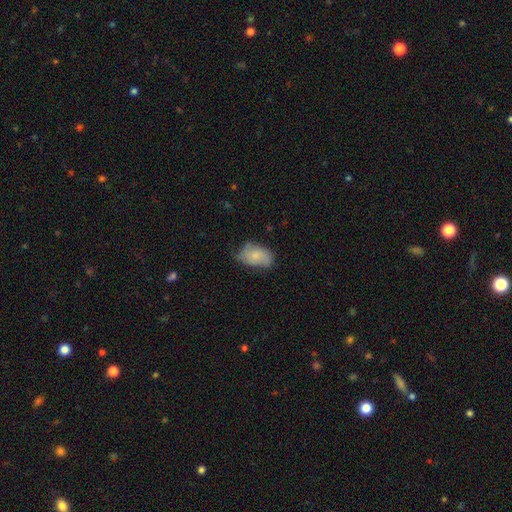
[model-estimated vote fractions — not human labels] A smooth galaxy with no disk features (67%) that is in between round and cigar-shaped (90%).

Vote fractions:
- Smooth or featured? smooth: 67% / featured or disk: 25% / star or artifact: 7%
- How rounded? in between: 90% / round: 8% / cigar-shaped: 2%
- Merging? none: 54% / minor disturbance: 35% / major disturbance: 9% / merger: 2%